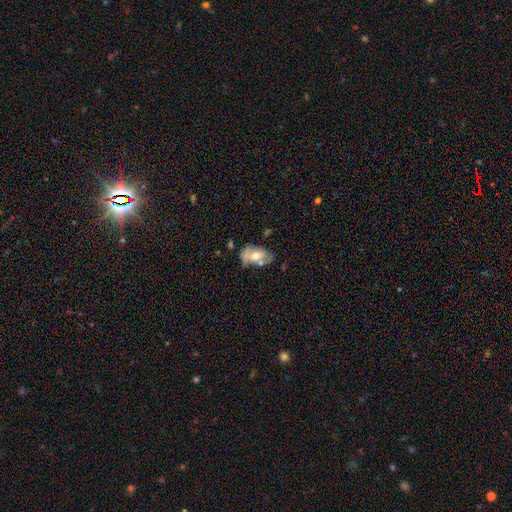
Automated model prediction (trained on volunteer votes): Smooth or featured?
  - smooth: 48% *
  - featured or disk: 44%
  - star or artifact: 7%
Merging?
  - none: 38% *
  - minor disturbance: 30%
  - merger: 18%
  - major disturbance: 15%